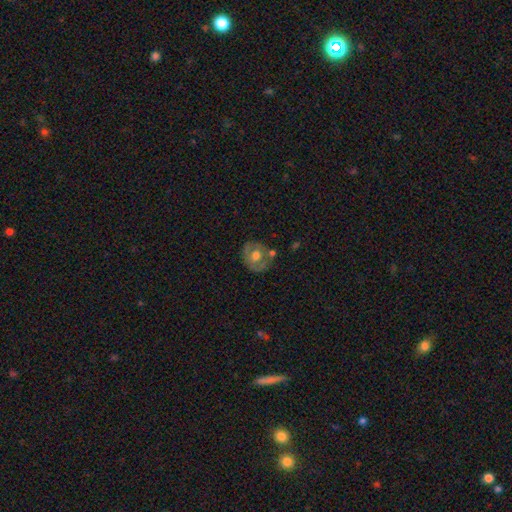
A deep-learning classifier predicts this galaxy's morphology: Smooth or featured: featured or disk — 47% (smooth — 46%)
Merging: none — 65% (minor disturbance — 18%)